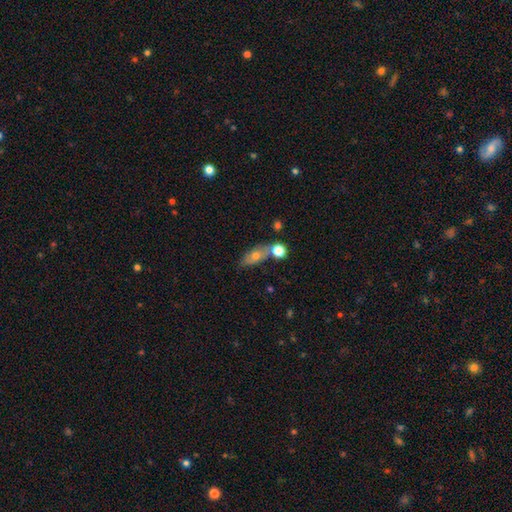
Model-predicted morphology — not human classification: smooth-or-featured: smooth: 59% | featured or disk: 30% | star or artifact: 11%
  how-rounded: in between: 70% | cigar-shaped: 17% | round: 13%
  merging: none: 54% | merger: 22% | minor disturbance: 17% | major disturbance: 6%